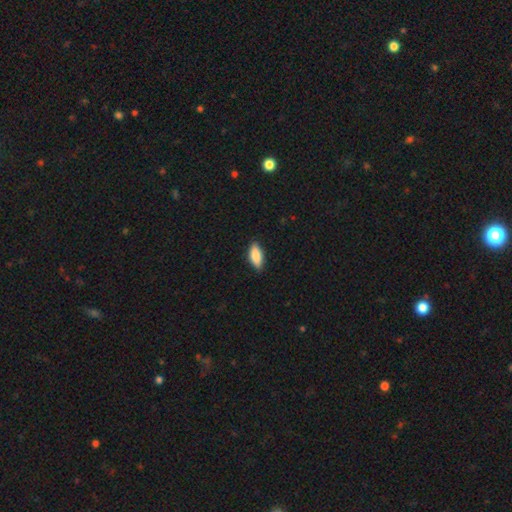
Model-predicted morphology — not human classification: Overall: smooth (85%). How rounded: in between (79%). Merging: none (87%).